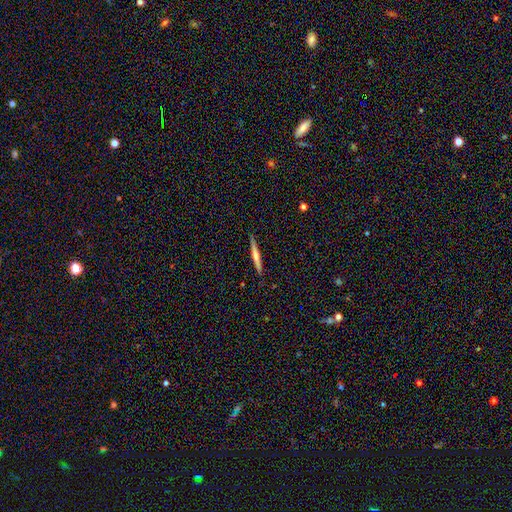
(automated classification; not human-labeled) Smooth or featured?
  - featured or disk: 51% *
  - smooth: 42%
  - star or artifact: 7%
Edge-on disk?
  - yes: 97% *
  - no: 3%
Merging?
  - none: 91% *
  - minor disturbance: 7%
  - major disturbance: 1%
  - merger: 1%